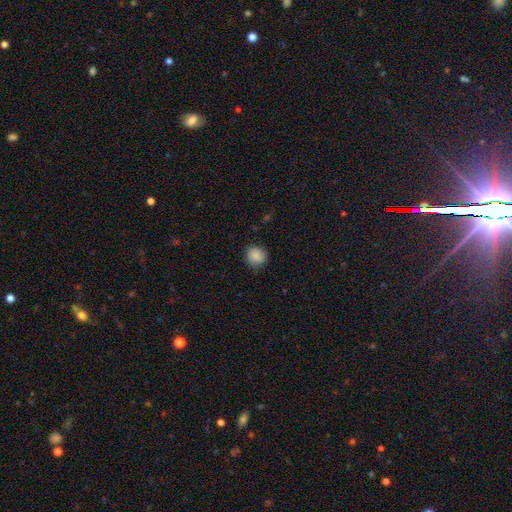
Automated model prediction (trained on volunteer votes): smooth-or-featured: smooth: 86% | star or artifact: 8% | featured or disk: 5%
  how-rounded: round: 88% | in between: 11% | cigar-shaped: 1%
  merging: none: 81% | minor disturbance: 15% | major disturbance: 3% | merger: 1%